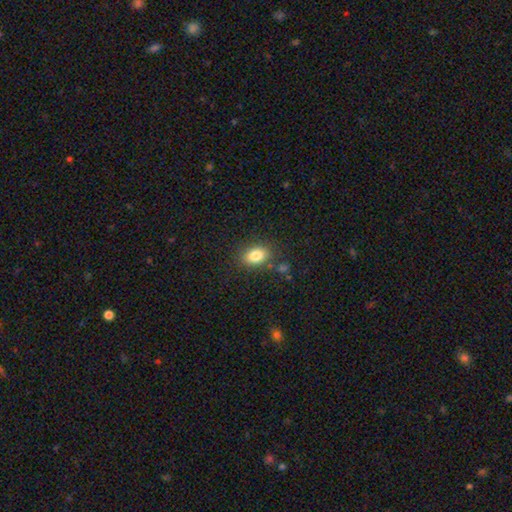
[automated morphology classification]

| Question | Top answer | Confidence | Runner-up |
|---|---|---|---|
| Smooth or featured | smooth | 83% | star or artifact (9%) |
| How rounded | in between | 76% | round (23%) |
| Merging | none | 80% | minor disturbance (12%) |